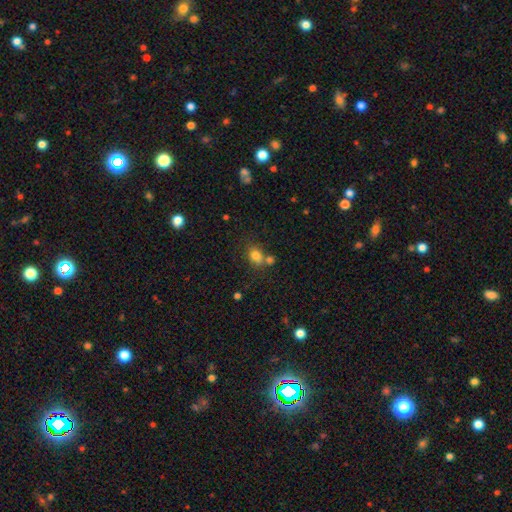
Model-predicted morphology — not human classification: Q: Smooth or featured?
A: smooth (77%); runner-up: star or artifact (13%)
Q: How rounded?
A: round (50%); runner-up: in between (49%)
Q: Merging?
A: none (51%); runner-up: merger (31%)